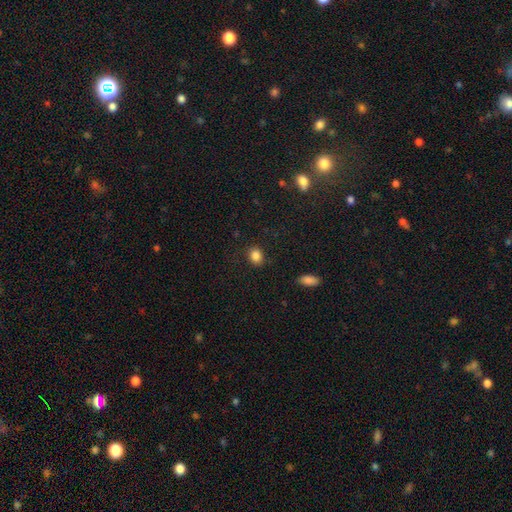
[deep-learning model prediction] Smooth or featured: smooth — 86% (star or artifact — 10%)
How rounded: round — 54% (in between — 45%)
Merging: none — 85% (minor disturbance — 10%)